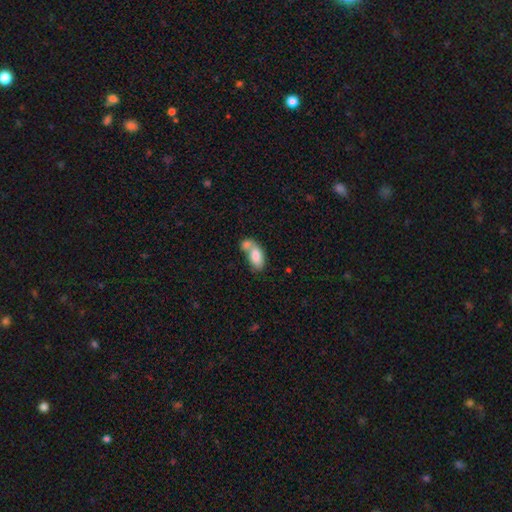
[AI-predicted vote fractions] Smooth or featured? Predicted: smooth (p=0.78). How rounded? Predicted: in between (p=0.91). Merging? Predicted: merger (p=0.61).